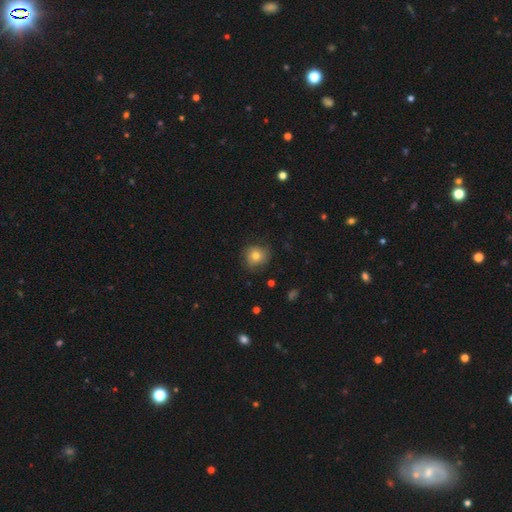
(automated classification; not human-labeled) Q: Smooth or featured?
A: smooth (72%); runner-up: featured or disk (18%)
Q: How rounded?
A: round (87%); runner-up: in between (12%)
Q: Merging?
A: none (75%); runner-up: minor disturbance (18%)